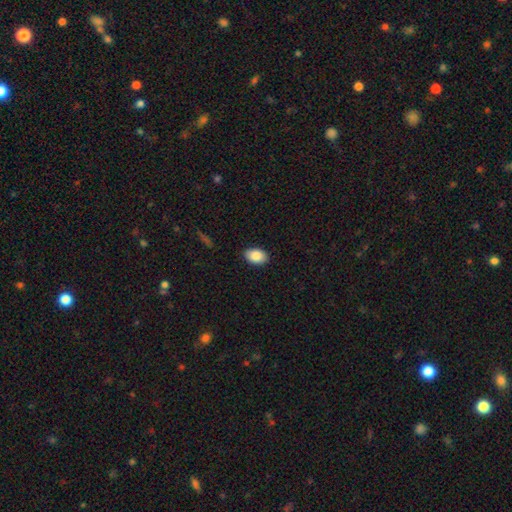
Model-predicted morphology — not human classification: smooth-or-featured: smooth: 87% | star or artifact: 7% | featured or disk: 6%
  how-rounded: in between: 89% | round: 10% | cigar-shaped: 1%
  merging: none: 89% | minor disturbance: 8% | major disturbance: 2% | merger: 1%